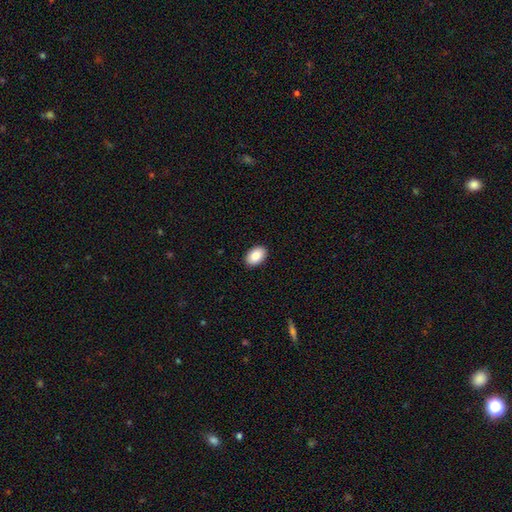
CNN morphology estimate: Q: Smooth or featured?
A: smooth (88%); runner-up: star or artifact (7%)
Q: How rounded?
A: in between (89%); runner-up: round (10%)
Q: Merging?
A: none (91%); runner-up: minor disturbance (7%)